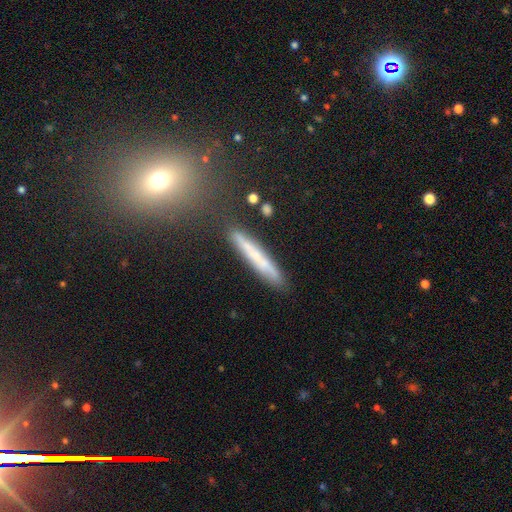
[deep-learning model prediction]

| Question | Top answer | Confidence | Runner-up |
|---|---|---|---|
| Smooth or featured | smooth | 54% | featured or disk (37%) |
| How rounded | cigar-shaped | 95% | in between (3%) |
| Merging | none | 84% | minor disturbance (10%) |